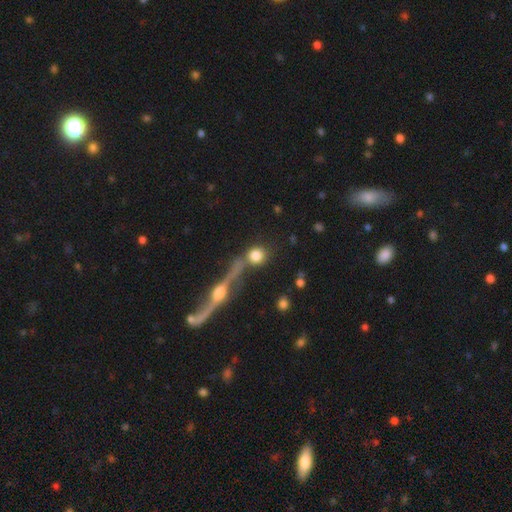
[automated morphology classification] A smooth galaxy with no disk features (77%) that is round (85%).

Vote fractions:
- Smooth or featured? smooth: 77% / featured or disk: 14% / star or artifact: 10%
- How rounded? round: 85% / in between: 11% / cigar-shaped: 4%
- Merging? none: 57% / merger: 27% / minor disturbance: 10% / major disturbance: 6%